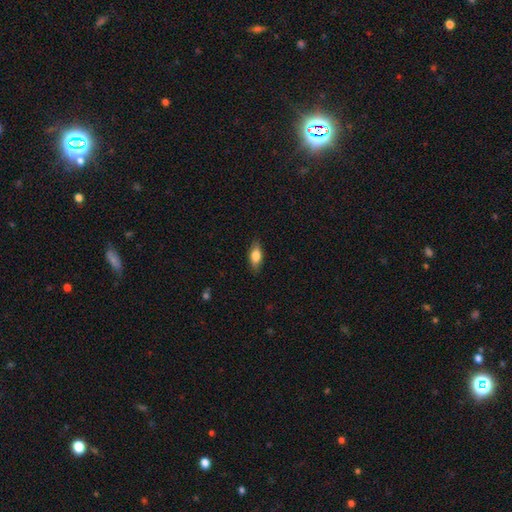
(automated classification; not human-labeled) smooth-or-featured: smooth: 78% | featured or disk: 15% | star or artifact: 7%
  how-rounded: in between: 81% | cigar-shaped: 15% | round: 4%
  merging: none: 85% | minor disturbance: 12% | major disturbance: 2% | merger: 1%